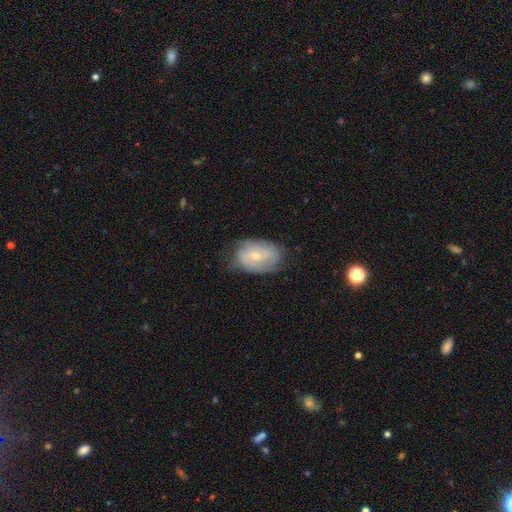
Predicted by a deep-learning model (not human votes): A featured or disk galaxy (63%) with no bar (47%), spiral arms (82%) and a small central bulge (60%).

Vote fractions:
- Smooth or featured? featured or disk: 63% / smooth: 30% / star or artifact: 7%
- Edge-on disk? no: 96% / yes: 4%
- Bar? no: 47% / weak: 43% / strong: 10%
- Spiral arms? yes: 82% / no: 18%
- Bulge size? small: 60% / moderate: 36% / none: 2% / large: 1% / dominant: 1%
- Merging? none: 68% / minor disturbance: 24% / major disturbance: 7% / merger: 1%